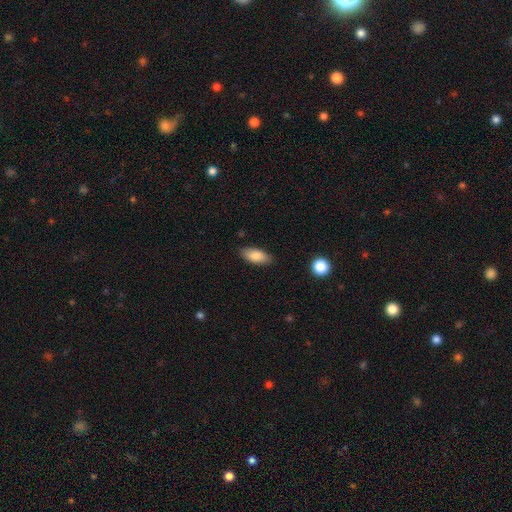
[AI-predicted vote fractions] Smooth or featured: smooth — 84% (featured or disk — 9%)
How rounded: in between — 87% (cigar-shaped — 11%)
Merging: none — 85% (minor disturbance — 11%)